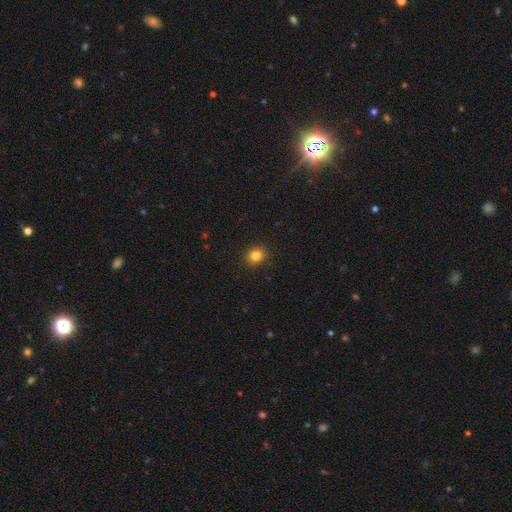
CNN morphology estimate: This appears to be a smooth galaxy with no disk features (83%) that is round (81%). Merging: none (91%).